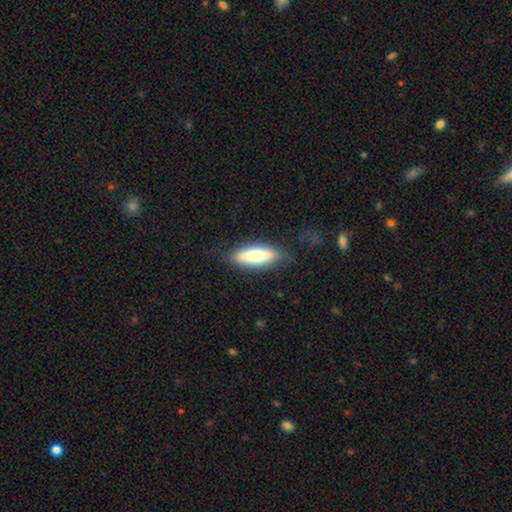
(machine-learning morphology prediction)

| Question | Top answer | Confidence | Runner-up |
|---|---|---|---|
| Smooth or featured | smooth | 66% | featured or disk (28%) |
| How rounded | in between | 55% | cigar-shaped (43%) |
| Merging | none | 77% | minor disturbance (16%) |